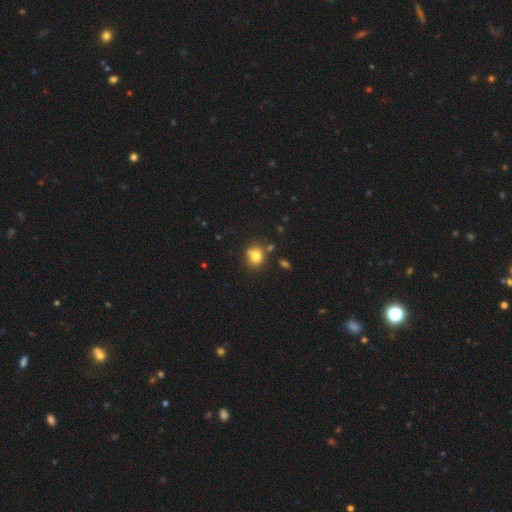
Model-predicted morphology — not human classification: The model was most divided on "how rounded": round: 73%, in between: 26%, cigar-shaped: 1%. More confident: smooth or featured — smooth (79%); merging — none (73%).